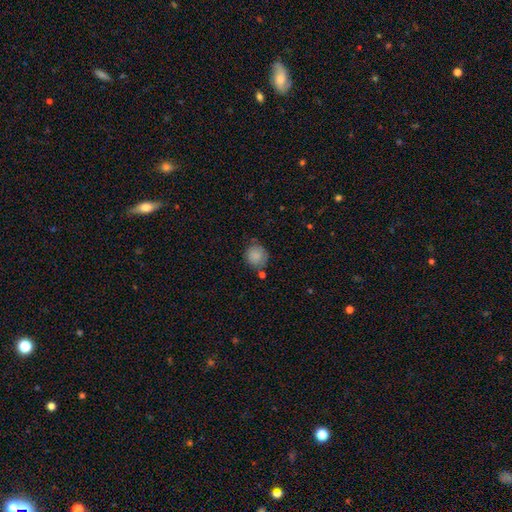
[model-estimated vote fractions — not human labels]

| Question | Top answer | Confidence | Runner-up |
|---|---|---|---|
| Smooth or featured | smooth | 85% | star or artifact (8%) |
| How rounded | round | 87% | in between (12%) |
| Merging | none | 69% | minor disturbance (19%) |